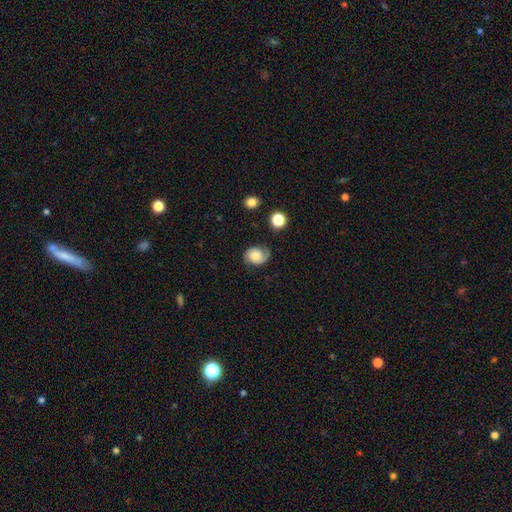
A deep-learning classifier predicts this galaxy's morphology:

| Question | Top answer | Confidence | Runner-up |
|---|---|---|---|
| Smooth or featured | smooth | 47% | featured or disk (44%) |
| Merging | none | 58% | minor disturbance (27%) |